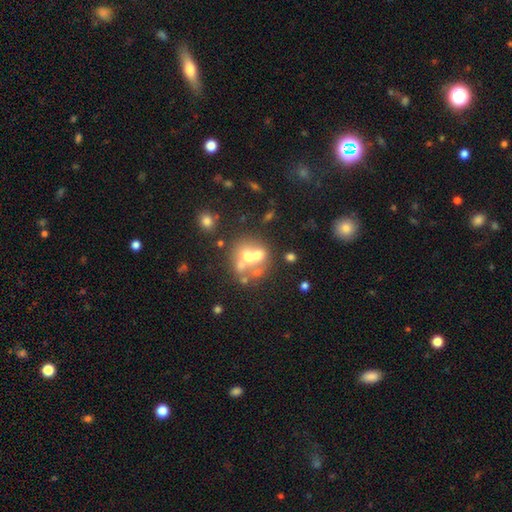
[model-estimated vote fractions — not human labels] The model was most divided on "smooth or featured": smooth: 42%, featured or disk: 40%, star or artifact: 18%. More confident: merging — merger (50%).